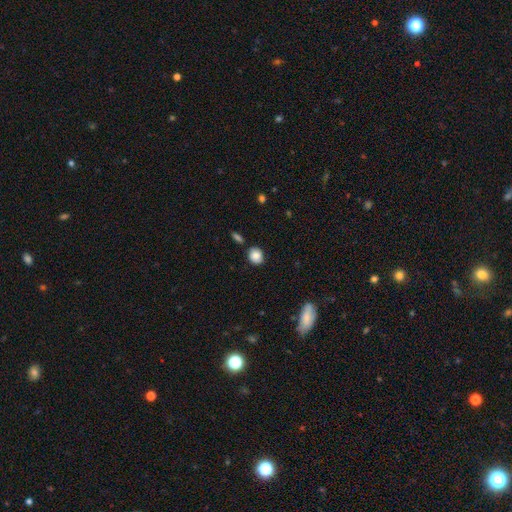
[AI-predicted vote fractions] Smooth or featured? smooth (85%)
How rounded? round (65%)
Merging? none (78%)